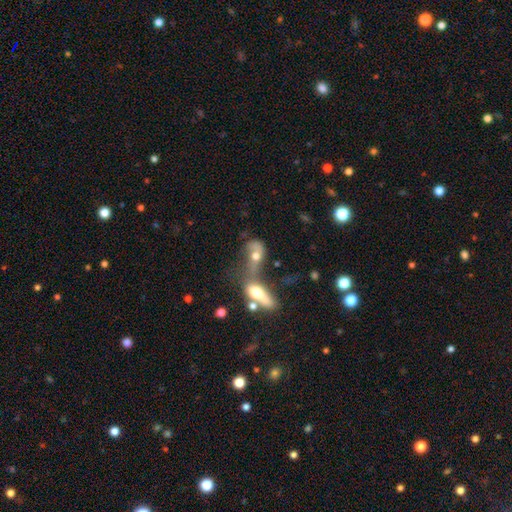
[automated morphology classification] This is possibly a smooth galaxy (57%). How rounded: likely in between (68%). Merging: likely merger (70%).